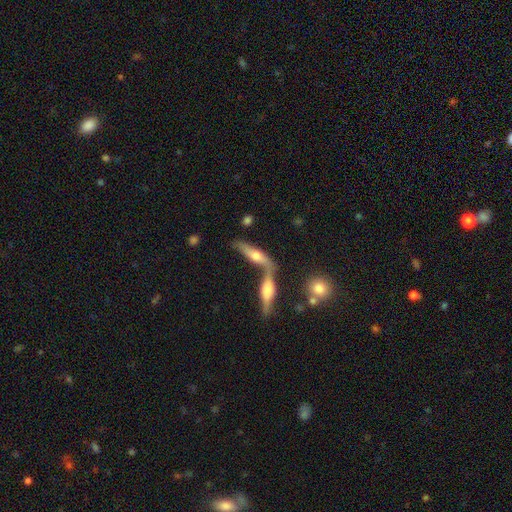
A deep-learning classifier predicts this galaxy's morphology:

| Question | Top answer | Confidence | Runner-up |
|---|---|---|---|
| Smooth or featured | featured or disk | 49% | smooth (44%) |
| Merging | merger | 50% | none (35%) |